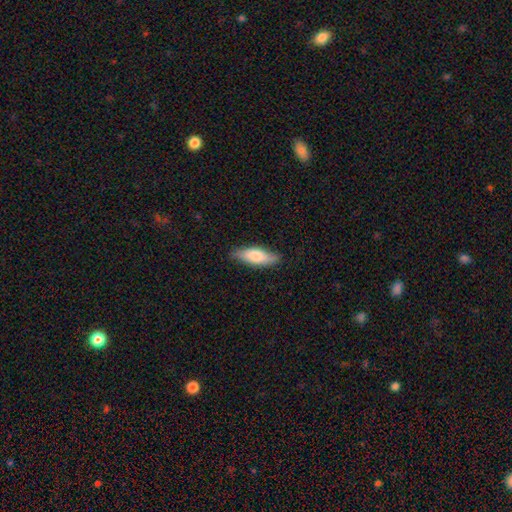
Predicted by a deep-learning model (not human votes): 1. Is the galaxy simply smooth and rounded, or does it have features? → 74% smooth, 20% featured or disk, 6% star or artifact.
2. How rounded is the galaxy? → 60% in between, 38% cigar-shaped, 2% round.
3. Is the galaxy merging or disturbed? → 80% none, 16% minor disturbance, 3% major disturbance, 1% merger.